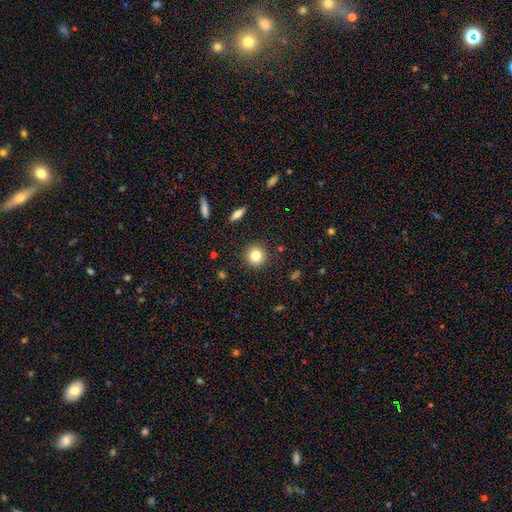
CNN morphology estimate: Q: Smooth or featured?
A: smooth (81%); runner-up: star or artifact (11%)
Q: How rounded?
A: round (93%); runner-up: in between (5%)
Q: Merging?
A: none (90%); runner-up: minor disturbance (6%)